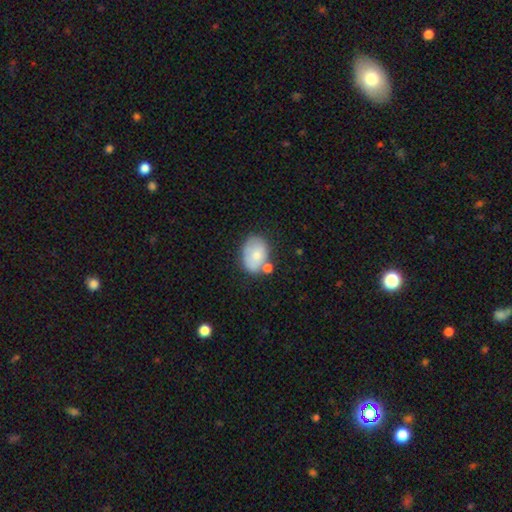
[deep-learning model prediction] The model was most divided on "merging": none: 54%, minor disturbance: 22%, merger: 17%, major disturbance: 7%. More confident: how rounded — in between (77%); smooth or featured — smooth (73%).